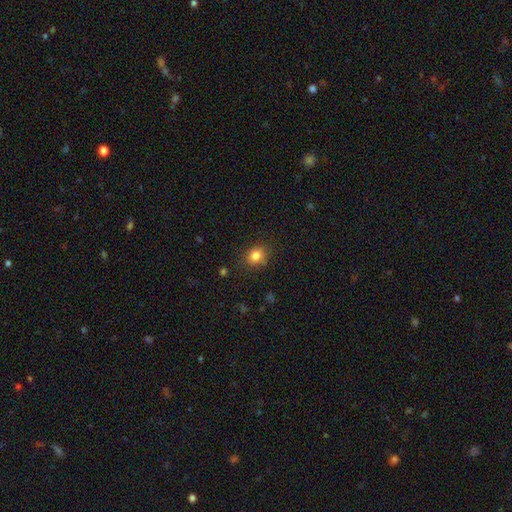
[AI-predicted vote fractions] This appears to be a smooth galaxy with no disk features (83%) that is round (59%). Merging: none (82%).